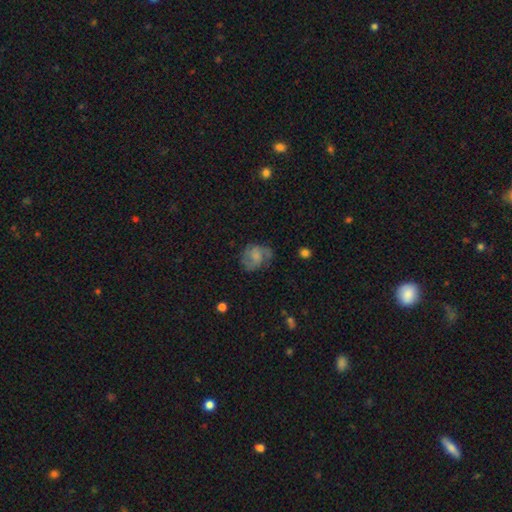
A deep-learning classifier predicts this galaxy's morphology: Overall: smooth (47%; featured or disk 43%). Merging: none (55%; minor disturbance 26%).